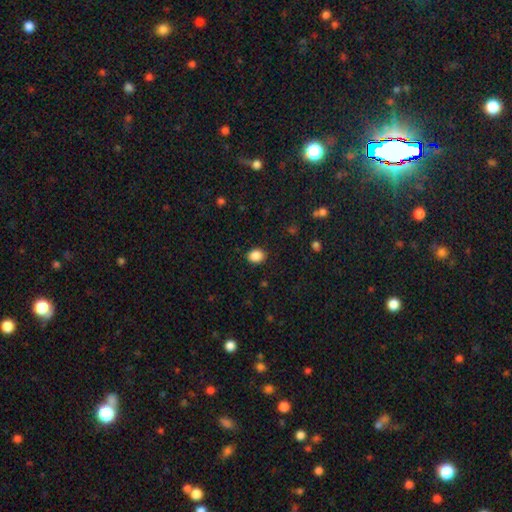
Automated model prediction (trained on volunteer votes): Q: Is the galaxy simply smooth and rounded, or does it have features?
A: smooth — 88%.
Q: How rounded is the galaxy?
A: round — 56%.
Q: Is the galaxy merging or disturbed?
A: none — 90%.